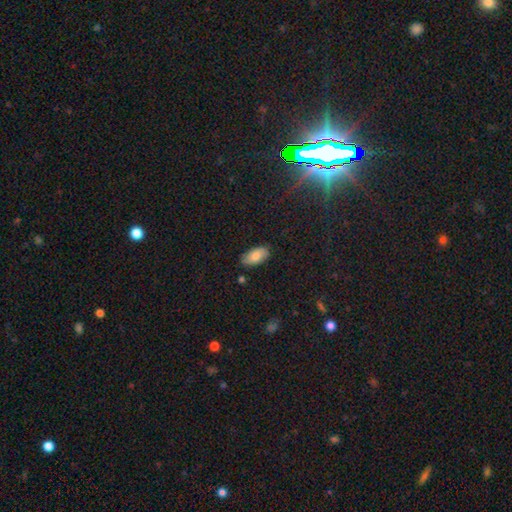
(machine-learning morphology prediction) A smooth galaxy with no disk features (80%) that is in between round and cigar-shaped (94%). Merging: none (82%).